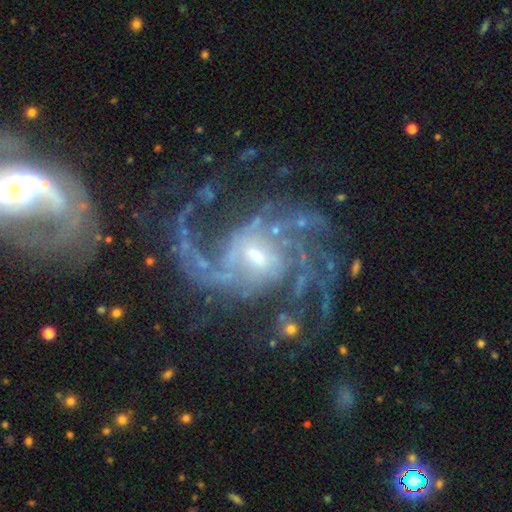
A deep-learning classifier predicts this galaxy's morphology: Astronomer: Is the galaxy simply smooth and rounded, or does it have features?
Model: featured or disk — 89%.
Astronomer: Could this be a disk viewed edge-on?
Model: no — 98%.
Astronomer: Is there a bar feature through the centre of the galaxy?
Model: weak — 49% (runner-up: no, 35%).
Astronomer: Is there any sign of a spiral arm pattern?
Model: yes — 96%.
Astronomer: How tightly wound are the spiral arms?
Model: loose — 41%, tied with medium at 41%.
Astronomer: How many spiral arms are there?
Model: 2 — 29% (runner-up: 3, 20%).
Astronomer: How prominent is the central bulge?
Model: small — 56% (runner-up: moderate, 36%).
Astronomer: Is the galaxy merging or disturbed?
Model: none — 53%.